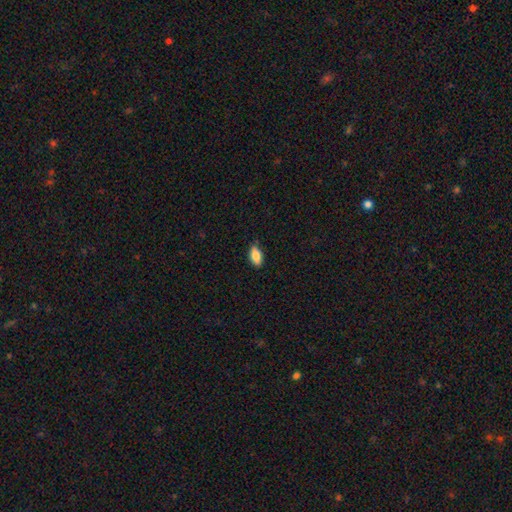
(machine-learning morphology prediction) Smooth or featured: smooth — 83% (featured or disk — 10%)
How rounded: in between — 88% (cigar-shaped — 8%)
Merging: none — 80% (minor disturbance — 16%)